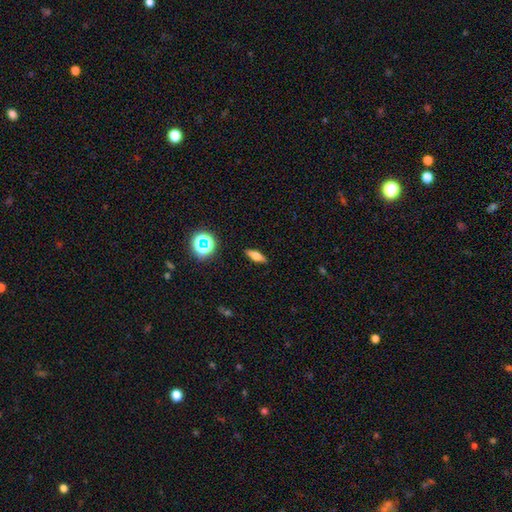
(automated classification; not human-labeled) Smooth or featured: smooth — 56% (featured or disk — 31%)
How rounded: in between — 49% (cigar-shaped — 45%)
Merging: none — 89% (minor disturbance — 8%)